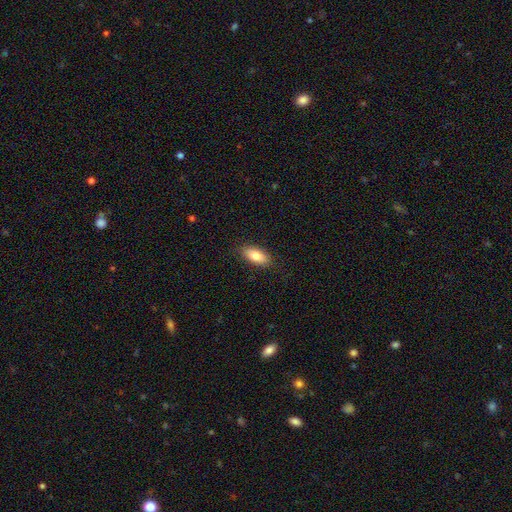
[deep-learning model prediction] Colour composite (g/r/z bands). It shows a smooth galaxy with no disk features (83%) that is in between round and cigar-shaped (88%). Merging: none (87%).